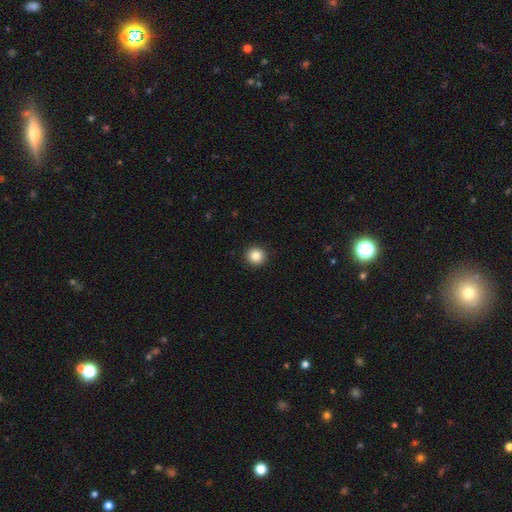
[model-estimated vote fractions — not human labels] Smooth or featured? Predicted: smooth (p=0.86). How rounded? Predicted: round (p=0.93). Merging? Predicted: none (p=0.93).